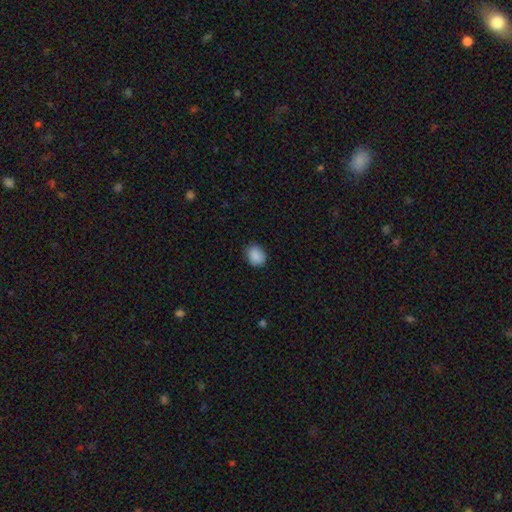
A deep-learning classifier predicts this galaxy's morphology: Smooth or featured? smooth (89%)
How rounded? round (51%)
Merging? none (83%)